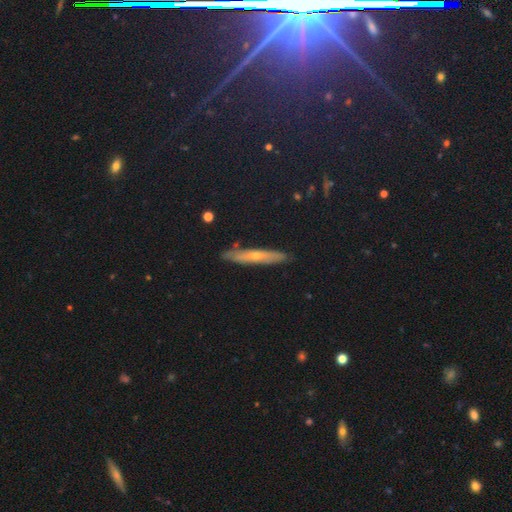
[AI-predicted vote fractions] A featured or disk galaxy (55%) viewed edge-on (80%). Merging: none (86%).